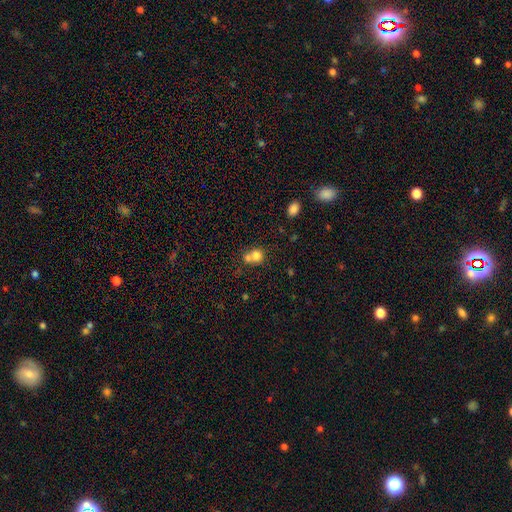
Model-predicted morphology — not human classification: smooth 77%, featured or disk 12%, star or artifact 11%. Down the decision tree: how rounded — round (79%); merging — merger (52%).